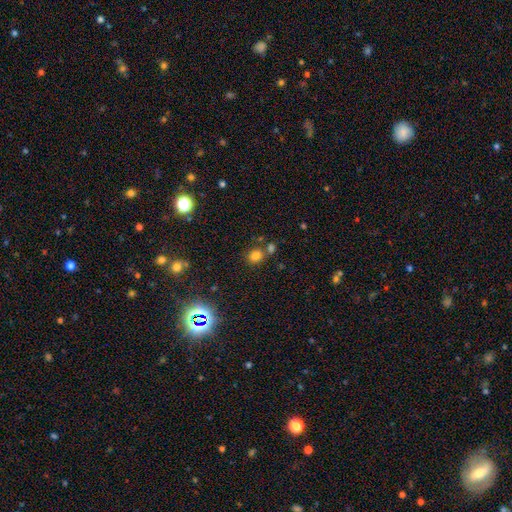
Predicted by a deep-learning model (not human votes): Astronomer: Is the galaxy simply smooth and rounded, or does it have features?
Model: smooth — 76%.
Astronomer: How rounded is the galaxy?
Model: round — 69%.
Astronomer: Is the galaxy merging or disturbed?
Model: none — 67%.